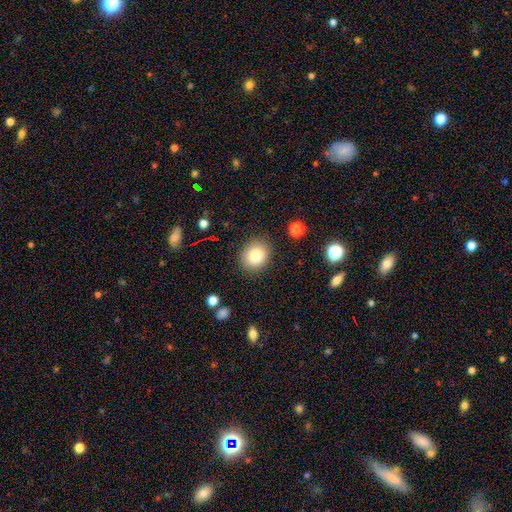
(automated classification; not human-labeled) A smooth galaxy with no disk features (84%) that is round (66%). Merging: none (87%).